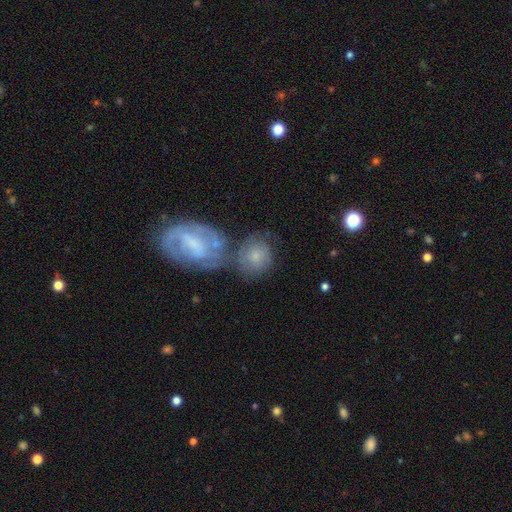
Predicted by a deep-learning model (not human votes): A smooth galaxy with no disk features (52%) that is round (76%).

Vote fractions:
- Smooth or featured? smooth: 52% / featured or disk: 39% / star or artifact: 8%
- How rounded? round: 76% / in between: 23% / cigar-shaped: 2%
- Merging? none: 43% / merger: 37% / minor disturbance: 13% / major disturbance: 7%